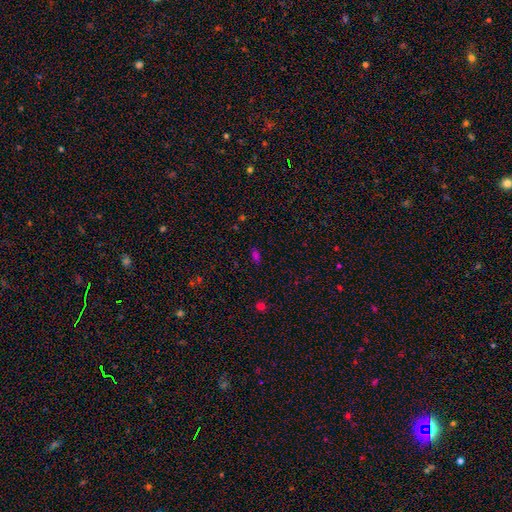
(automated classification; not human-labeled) Overall: smooth (69%). How rounded: in between (87%). Merging: none (82%).